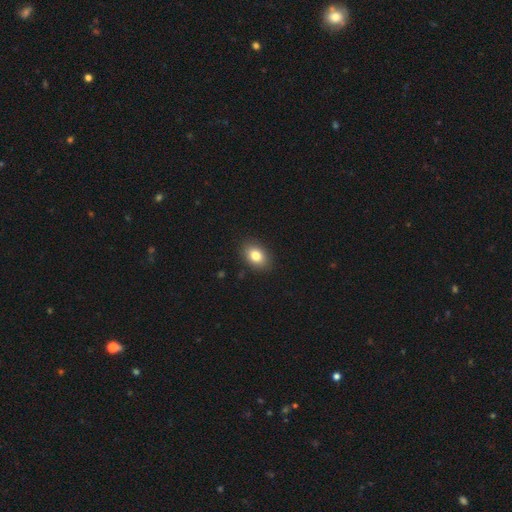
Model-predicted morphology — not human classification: Smooth or featured? Predicted: smooth (p=0.82). How rounded? Predicted: in between (p=0.74). Merging? Predicted: none (p=0.89).